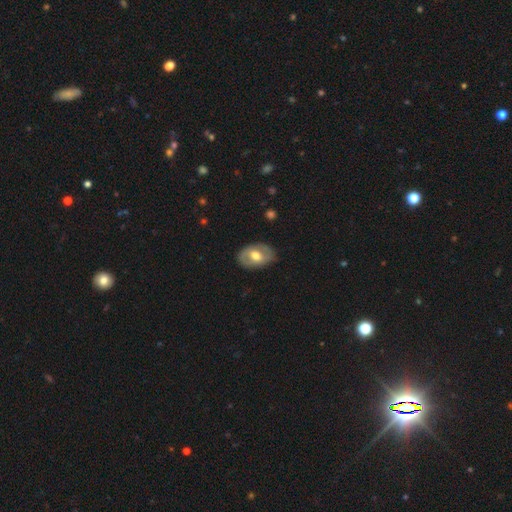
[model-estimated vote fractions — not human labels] Smooth or featured? featured or disk (50%)
Edge-on disk? no (92%)
Merging? none (80%)